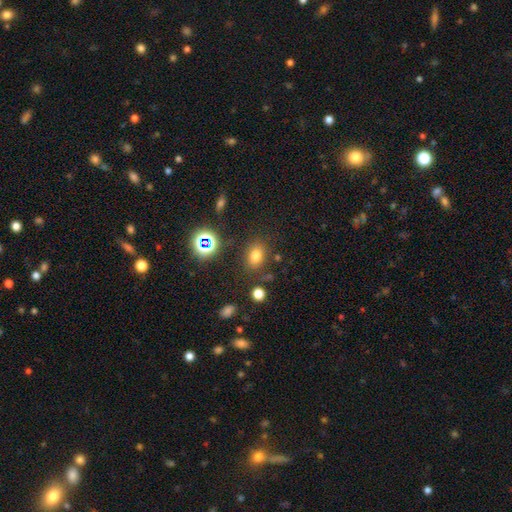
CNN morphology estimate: Smooth or featured?
  - smooth: 73% *
  - star or artifact: 19%
  - featured or disk: 8%
How rounded?
  - in between: 66% *
  - round: 33%
  - cigar-shaped: 1%
Merging?
  - none: 79% *
  - minor disturbance: 12%
  - major disturbance: 5%
  - merger: 4%